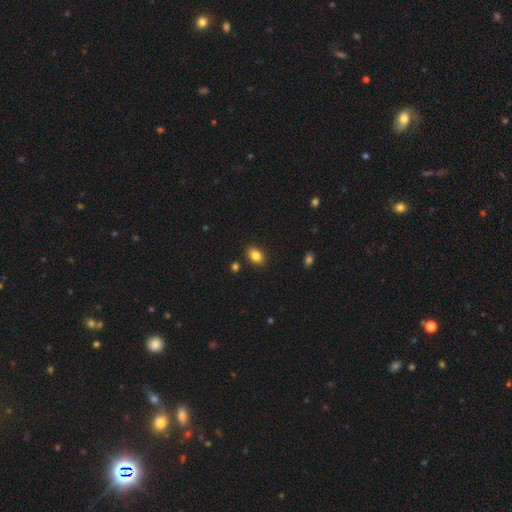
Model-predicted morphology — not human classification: A smooth galaxy with no disk features (84%) that is in between round and cigar-shaped (79%).

Vote fractions:
- Smooth or featured? smooth: 84% / star or artifact: 9% / featured or disk: 6%
- How rounded? in between: 79% / round: 20% / cigar-shaped: 1%
- Merging? none: 86% / minor disturbance: 9% / merger: 2% / major disturbance: 2%